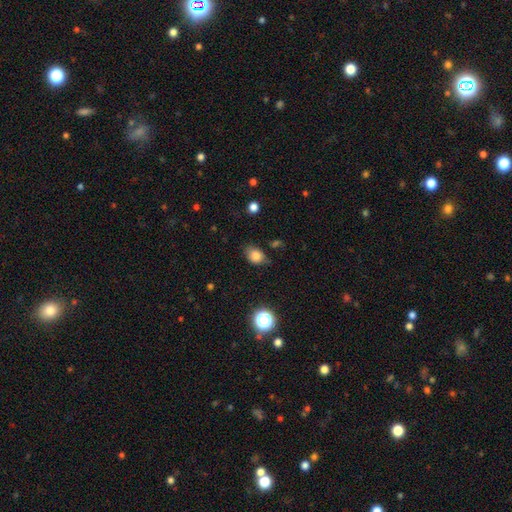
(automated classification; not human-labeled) This appears to be a smooth galaxy with no disk features (82%) that is in between round and cigar-shaped (65%). Merging: none (67%).